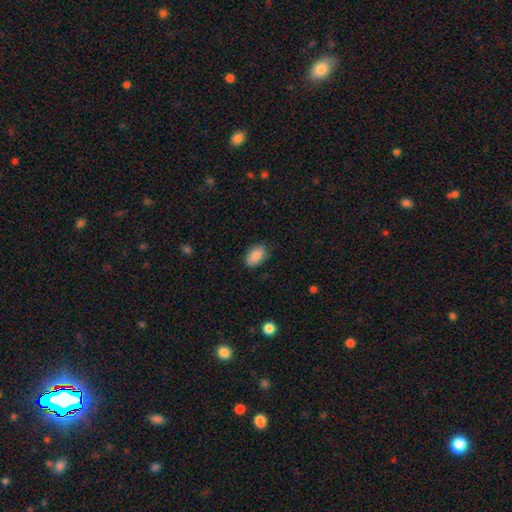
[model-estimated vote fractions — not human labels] Smooth or featured? smooth (89%)
How rounded? in between (93%)
Merging? none (82%)